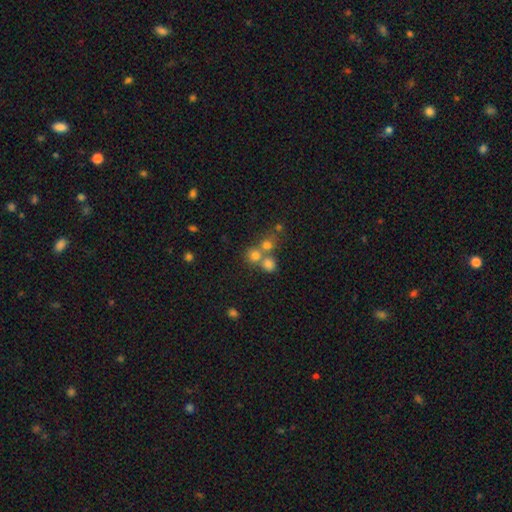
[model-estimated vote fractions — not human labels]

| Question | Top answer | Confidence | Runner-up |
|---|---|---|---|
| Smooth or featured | smooth | 70% | star or artifact (18%) |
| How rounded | round | 87% | in between (12%) |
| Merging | none | 50% | merger (41%) |